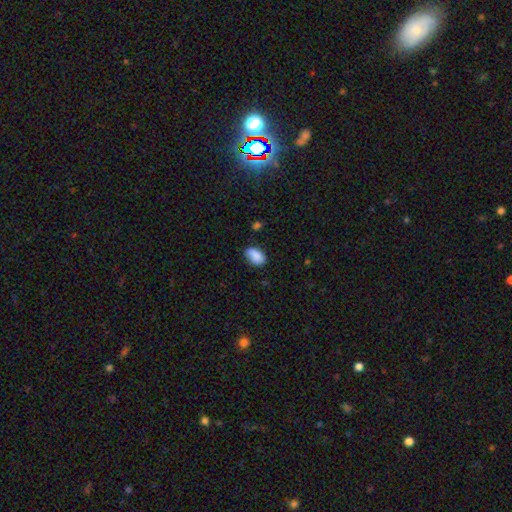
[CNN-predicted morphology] This is clearly a smooth galaxy (86%). How rounded: clearly in between (90%). Merging: likely none (68%).